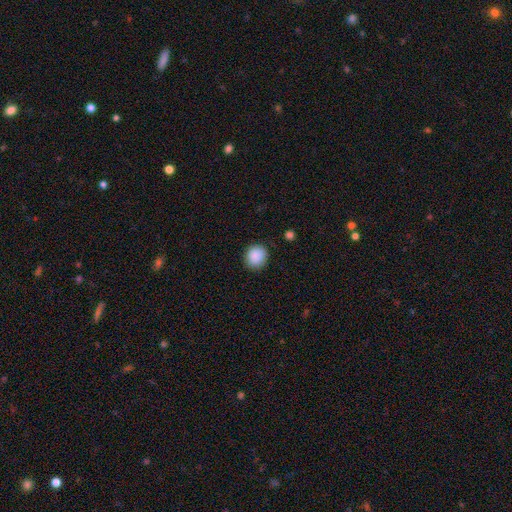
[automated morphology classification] type=smooth (89%); roundness=round (82%); merging=none (86%).